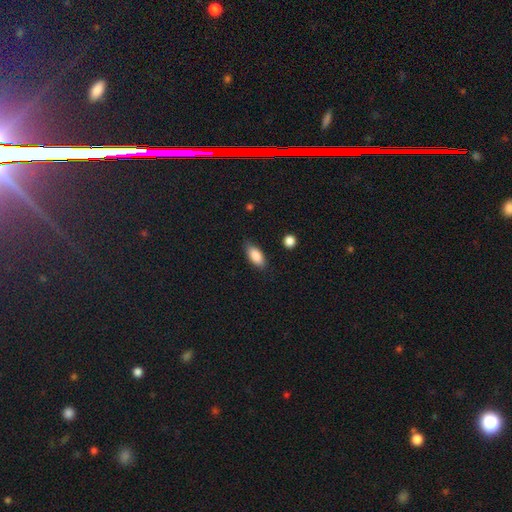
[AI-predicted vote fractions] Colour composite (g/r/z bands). It shows a smooth galaxy with no disk features (86%) that is in between round and cigar-shaped (88%). Merging: none (81%).